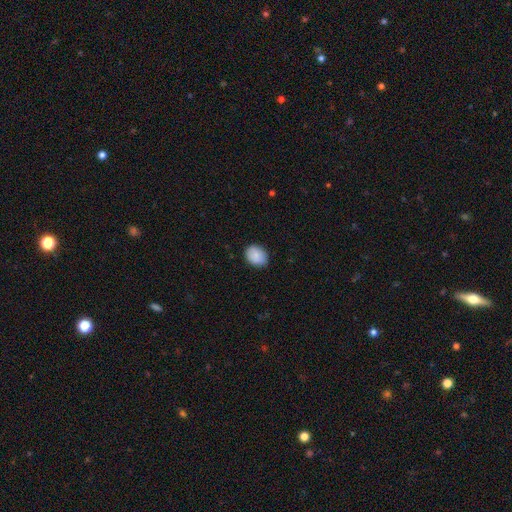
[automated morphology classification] smooth_or_featured: smooth (p=0.87) [alt: star or artifact p=0.07]
how_rounded: in between (p=0.60) [alt: round p=0.39]
merging: none (p=0.86) [alt: minor disturbance p=0.11]